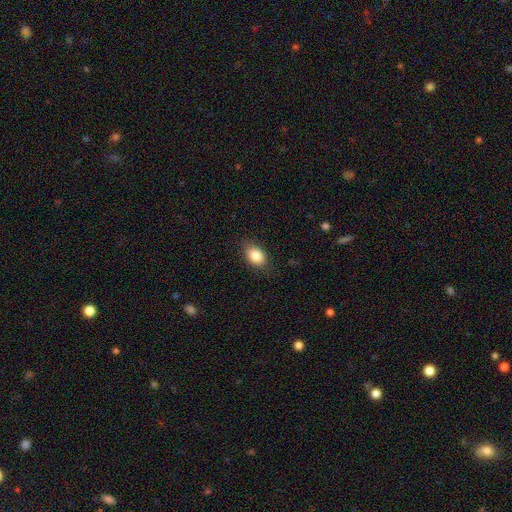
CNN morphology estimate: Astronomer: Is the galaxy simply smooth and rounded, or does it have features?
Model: smooth — 85%.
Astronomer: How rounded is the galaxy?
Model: in between — 84%.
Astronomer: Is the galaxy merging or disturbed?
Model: none — 82%.